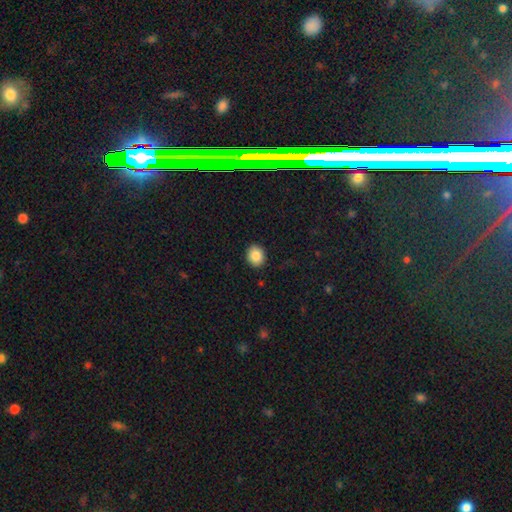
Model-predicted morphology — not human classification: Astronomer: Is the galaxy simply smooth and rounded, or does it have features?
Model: smooth — 87%.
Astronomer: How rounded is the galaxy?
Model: round — 70%.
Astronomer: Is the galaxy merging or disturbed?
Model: none — 91%.